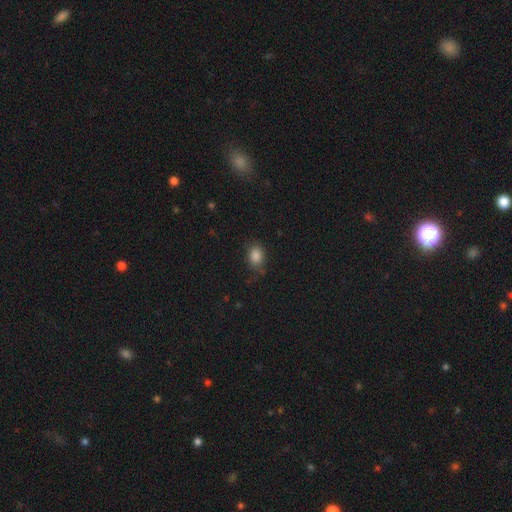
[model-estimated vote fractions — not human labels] smooth_or_featured: smooth (p=0.85) [alt: star or artifact p=0.10]
how_rounded: in between (p=0.63) [alt: round p=0.35]
merging: none (p=0.71) [alt: minor disturbance p=0.22]